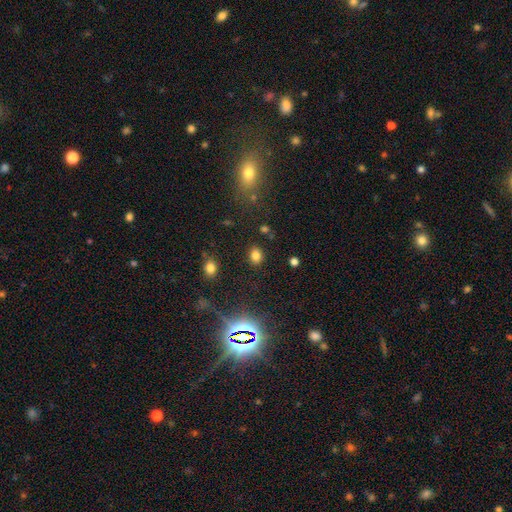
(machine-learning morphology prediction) A smooth galaxy with no disk features (78%) that is in between round and cigar-shaped (54%). Merging: none (85%).